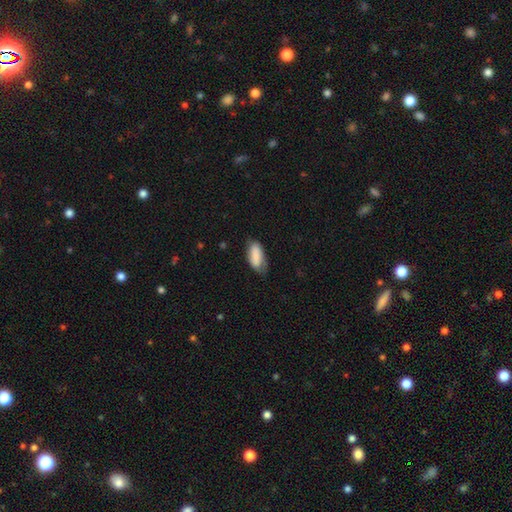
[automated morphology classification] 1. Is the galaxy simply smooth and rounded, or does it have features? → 83% smooth, 11% featured or disk, 6% star or artifact.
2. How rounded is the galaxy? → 87% in between, 11% cigar-shaped, 2% round.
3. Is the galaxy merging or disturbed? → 59% none, 31% minor disturbance, 8% major disturbance, 2% merger.